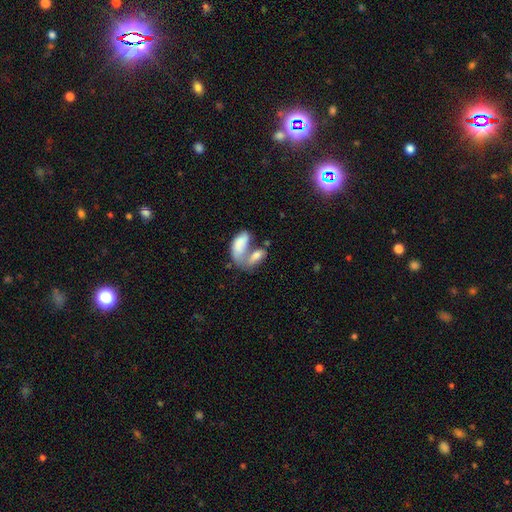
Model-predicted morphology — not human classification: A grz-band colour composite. It shows a smooth galaxy with no disk features (72%) that is in between round and cigar-shaped (89%). Merging: merger (66%).